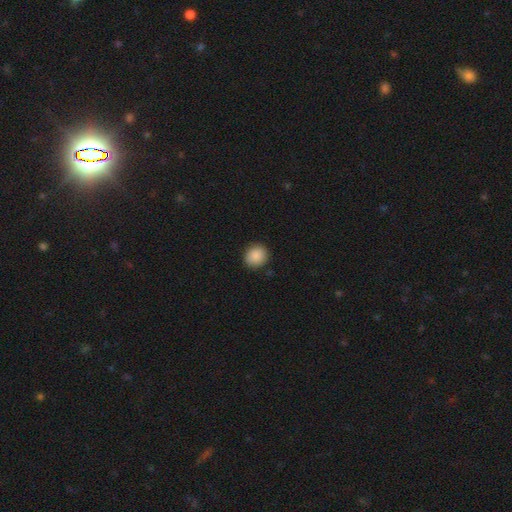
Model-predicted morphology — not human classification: Smooth or featured?
  - smooth: 89% *
  - star or artifact: 8%
  - featured or disk: 3%
How rounded?
  - round: 83% *
  - in between: 17%
  - cigar-shaped: 1%
Merging?
  - none: 89% *
  - minor disturbance: 8%
  - major disturbance: 2%
  - merger: 1%